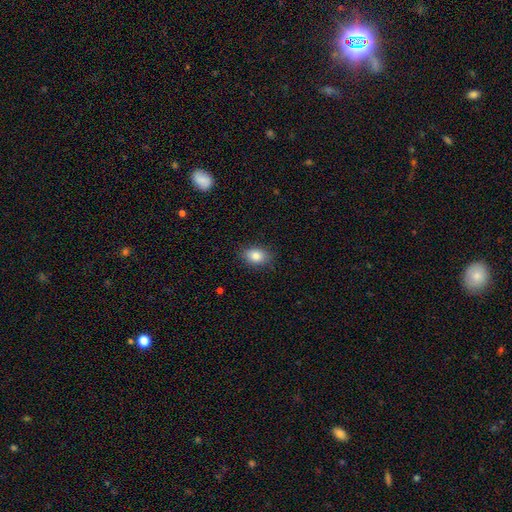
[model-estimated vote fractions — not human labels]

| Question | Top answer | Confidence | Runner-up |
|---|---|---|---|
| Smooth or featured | smooth | 84% | star or artifact (9%) |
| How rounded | in between | 78% | round (21%) |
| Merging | none | 86% | minor disturbance (10%) |